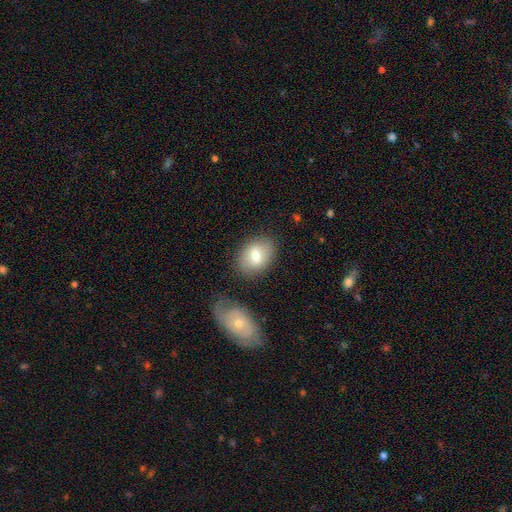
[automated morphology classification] Overall: smooth (70%). How rounded: in between (75%). Merging: none (78%).